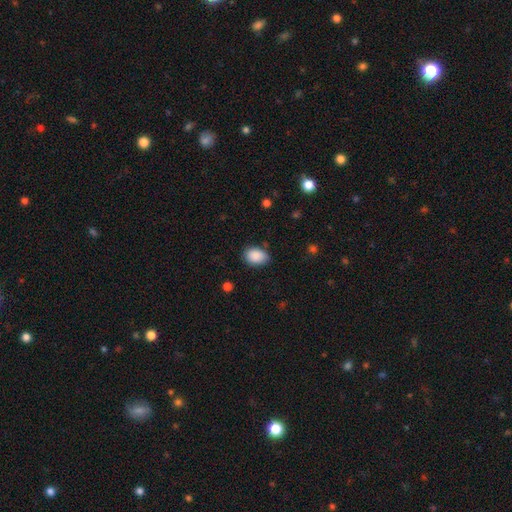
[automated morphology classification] Smooth or featured? smooth (89%)
How rounded? in between (83%)
Merging? none (77%)